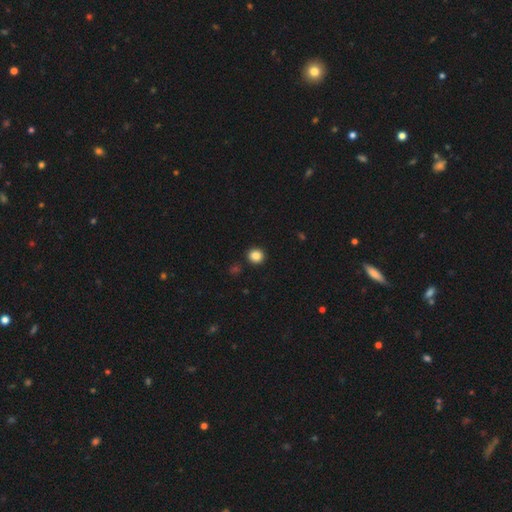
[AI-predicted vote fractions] Morphology: type=smooth (86%); roundness=round (90%); merging=none (92%).